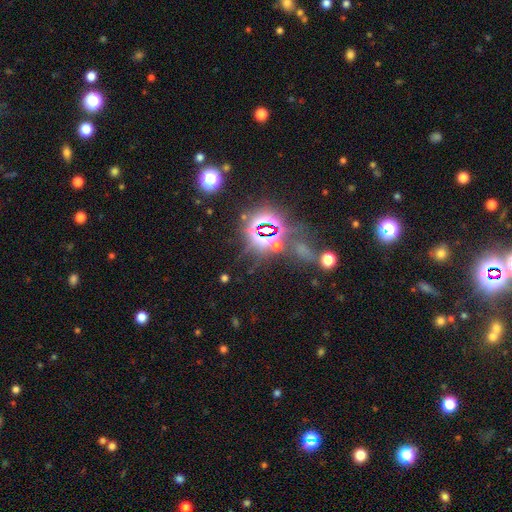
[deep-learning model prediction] A star or artifact, not a galaxy (80%).

Vote fractions:
- Smooth or featured? star or artifact: 80% / smooth: 12% / featured or disk: 8%